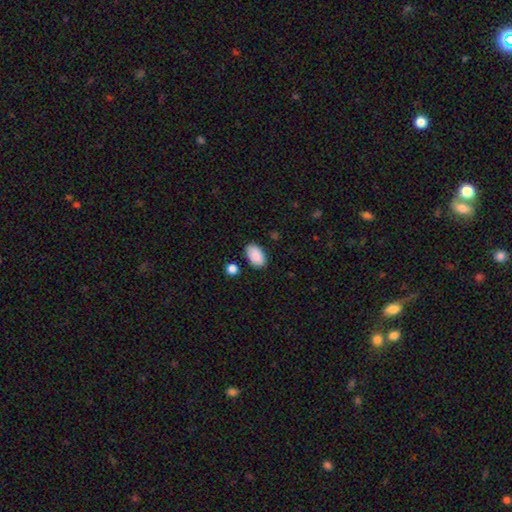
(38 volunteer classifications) This appears to be a smooth galaxy with no disk features (95%) that is in between round and cigar-shaped (97%). Merging: none (81%).